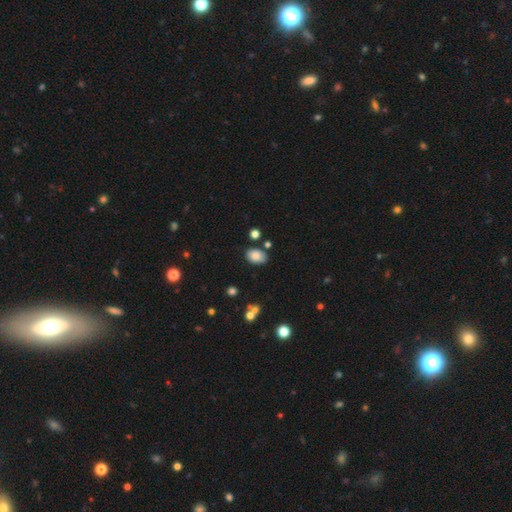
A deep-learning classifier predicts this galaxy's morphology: This appears to be a smooth galaxy with no disk features (82%) that is in between round and cigar-shaped (84%). Merging: none (72%).